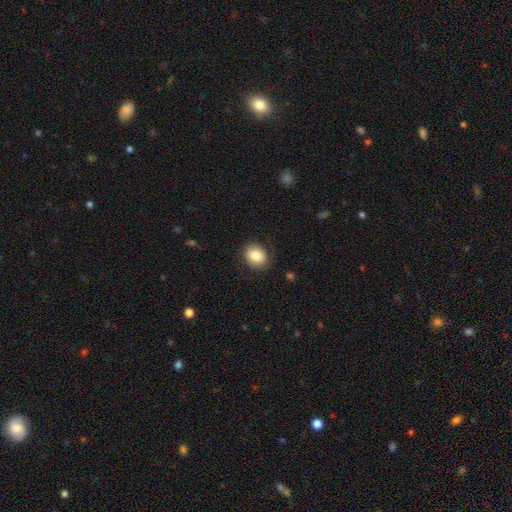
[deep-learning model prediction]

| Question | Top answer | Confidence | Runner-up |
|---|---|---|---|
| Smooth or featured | smooth | 82% | featured or disk (10%) |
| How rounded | round | 63% | in between (36%) |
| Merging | none | 83% | minor disturbance (12%) |